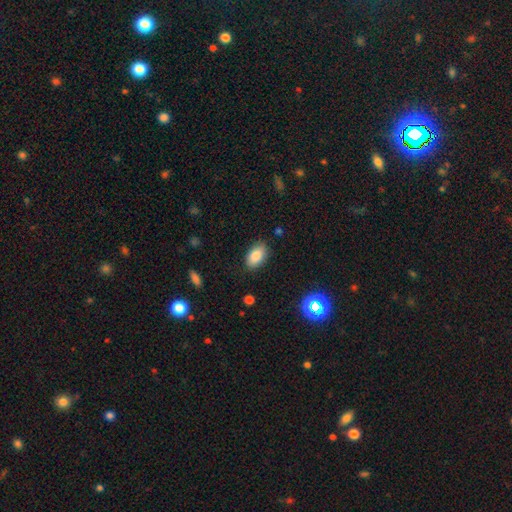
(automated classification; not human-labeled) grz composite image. It shows a smooth galaxy with no disk features (85%) that is in between round and cigar-shaped (92%). Merging: none (84%).